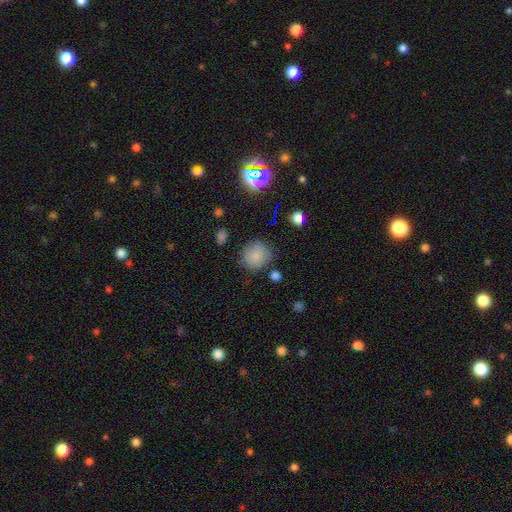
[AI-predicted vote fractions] Smooth or featured? smooth (82%)
How rounded? round (88%)
Merging? none (78%)